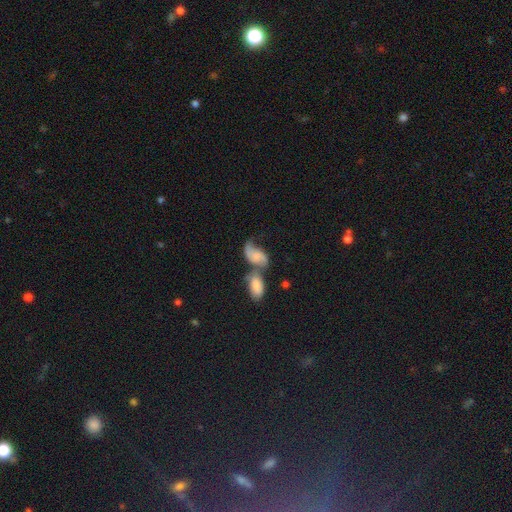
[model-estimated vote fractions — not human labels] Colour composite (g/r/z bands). It shows a featured or disk galaxy (49%). Merging: merger (61%).